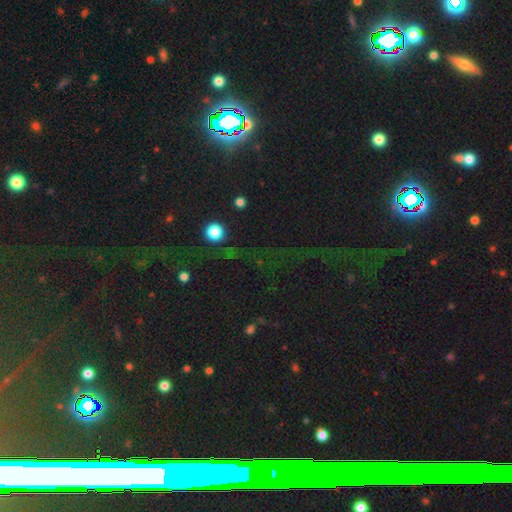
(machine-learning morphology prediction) smooth_or_featured: star or artifact (p=0.76) [alt: smooth p=0.14]